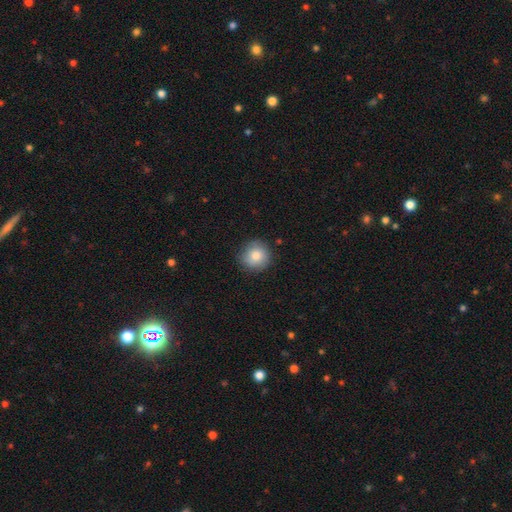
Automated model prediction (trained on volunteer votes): smooth-or-featured: smooth: 81% | featured or disk: 10% | star or artifact: 8%
  how-rounded: round: 93% | in between: 6% | cigar-shaped: 1%
  merging: none: 86% | minor disturbance: 11% | major disturbance: 2% | merger: 1%